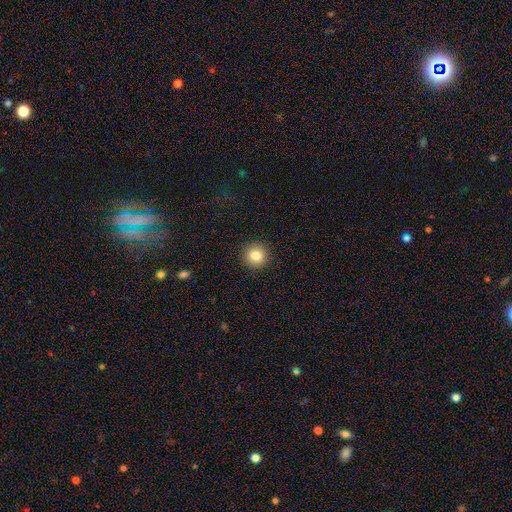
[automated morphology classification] Smooth or featured? smooth (85%)
How rounded? round (92%)
Merging? none (91%)